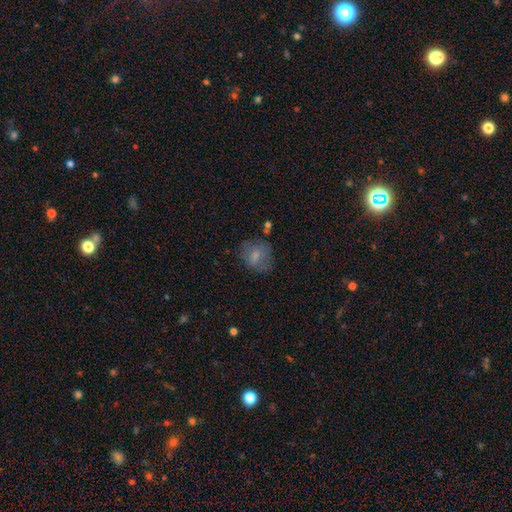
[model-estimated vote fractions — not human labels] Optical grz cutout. It shows a smooth galaxy with no disk features (70%) that is round (55%). Merging: none (56%).